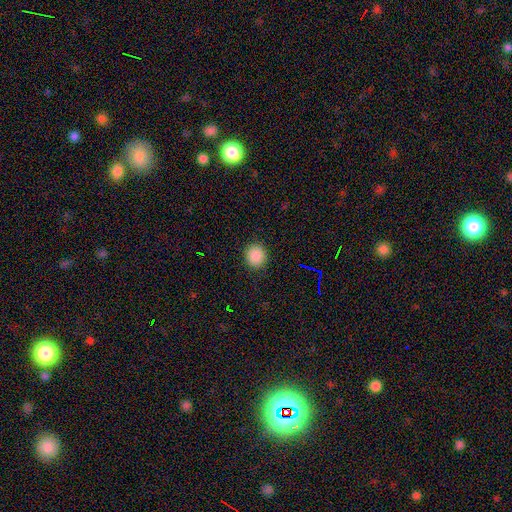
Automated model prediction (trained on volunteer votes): Smooth or featured?
  - smooth: 87% *
  - star or artifact: 10%
  - featured or disk: 3%
How rounded?
  - round: 85% *
  - in between: 14%
  - cigar-shaped: 1%
Merging?
  - none: 91% *
  - minor disturbance: 6%
  - major disturbance: 2%
  - merger: 1%